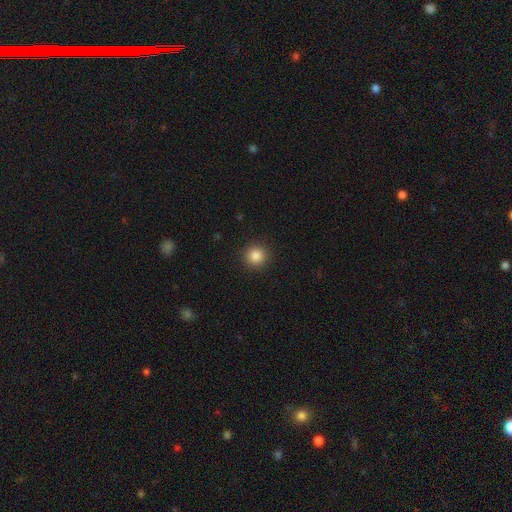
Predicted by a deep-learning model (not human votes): A smooth galaxy with no disk features (86%) that is round (95%). Merging: none (92%).